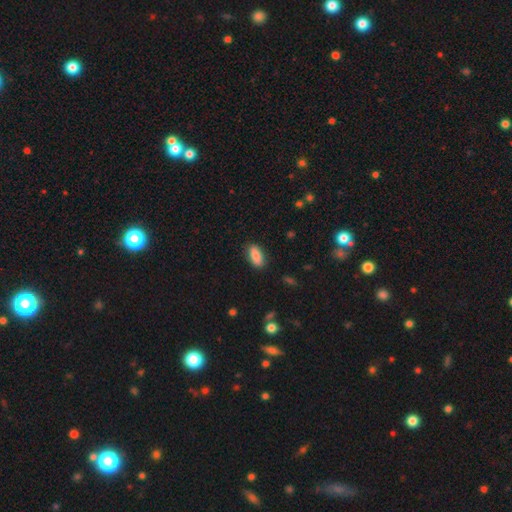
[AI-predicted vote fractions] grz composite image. It shows a smooth galaxy with no disk features (85%) that is in between round and cigar-shaped (88%). Merging: none (85%).